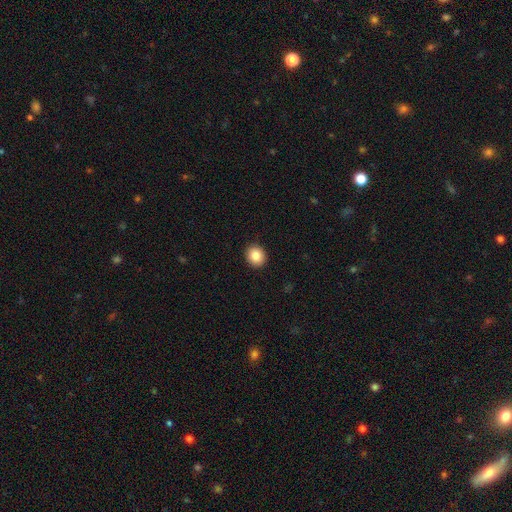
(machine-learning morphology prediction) Smooth or featured? smooth (86%)
How rounded? round (78%)
Merging? none (92%)